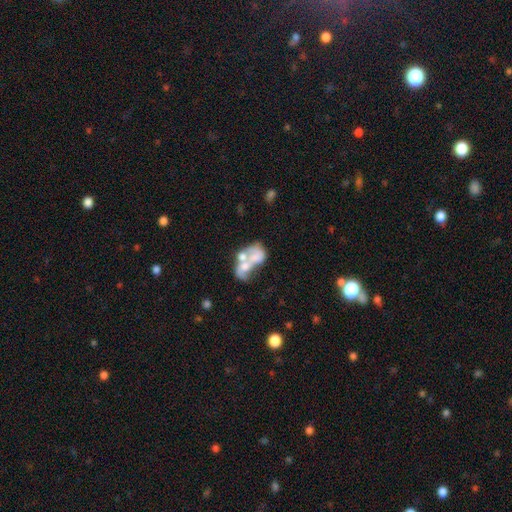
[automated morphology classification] Smooth or featured? featured or disk (53%)
Edge-on disk? no (98%)
Bar? no (89%)
Spiral arms? no (86%)
Bulge size? none (43%)
Merging? merger (65%)